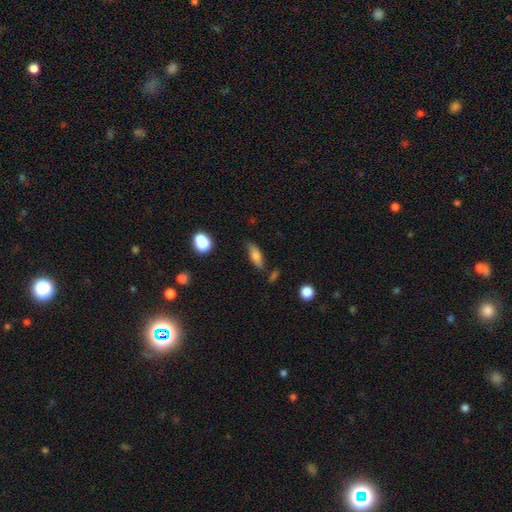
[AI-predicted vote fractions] A smooth galaxy with no disk features (76%) that is in between round and cigar-shaped (65%).

Vote fractions:
- Smooth or featured? smooth: 76% / featured or disk: 15% / star or artifact: 9%
- How rounded? in between: 65% / cigar-shaped: 30% / round: 4%
- Merging? none: 72% / minor disturbance: 20% / major disturbance: 4% / merger: 4%